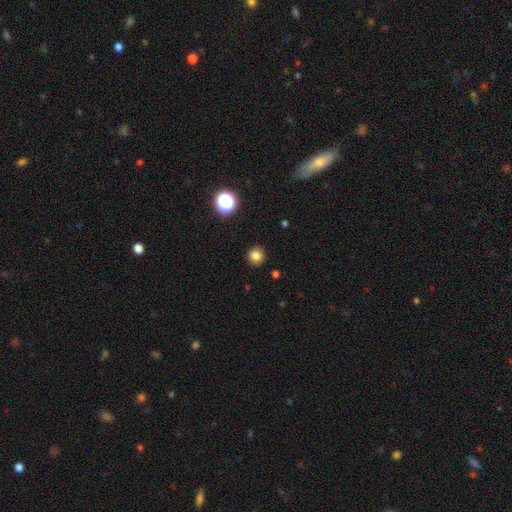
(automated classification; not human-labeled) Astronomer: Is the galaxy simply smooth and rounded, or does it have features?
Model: smooth — 82%.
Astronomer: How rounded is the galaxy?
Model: round — 92%.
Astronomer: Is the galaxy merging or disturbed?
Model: none — 91%.